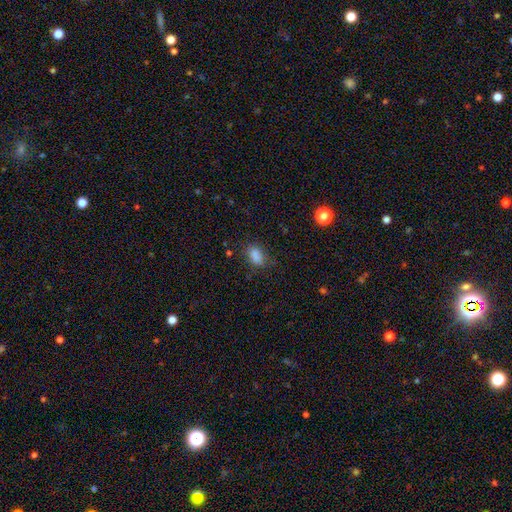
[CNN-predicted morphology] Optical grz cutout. It shows a smooth galaxy with no disk features (85%) that is in between round and cigar-shaped (86%). Merging: none (76%).